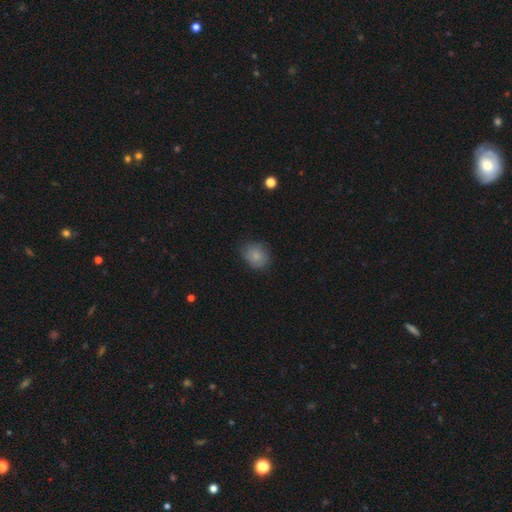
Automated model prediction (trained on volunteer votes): smooth_or_featured: smooth (p=0.83) [alt: featured or disk p=0.09]
how_rounded: round (p=0.61) [alt: in between p=0.38]
merging: none (p=0.70) [alt: minor disturbance p=0.24]